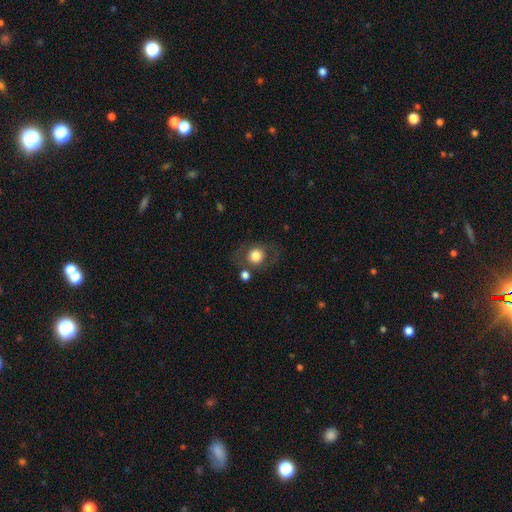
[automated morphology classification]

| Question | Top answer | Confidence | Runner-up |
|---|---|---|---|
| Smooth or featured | smooth | 68% | featured or disk (24%) |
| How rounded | round | 73% | in between (26%) |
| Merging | none | 70% | minor disturbance (14%) |